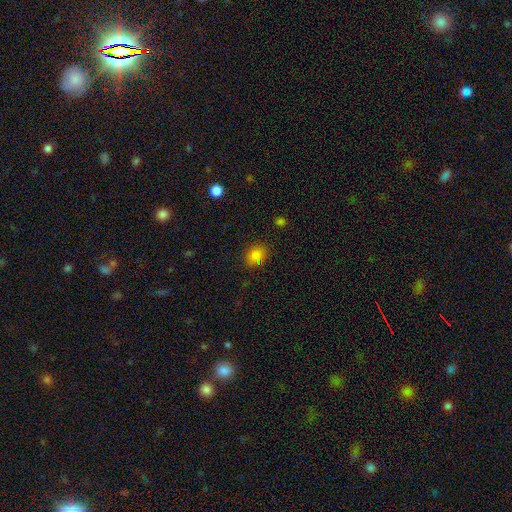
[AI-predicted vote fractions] Smooth or featured? smooth (80%)
How rounded? in between (60%)
Merging? none (81%)